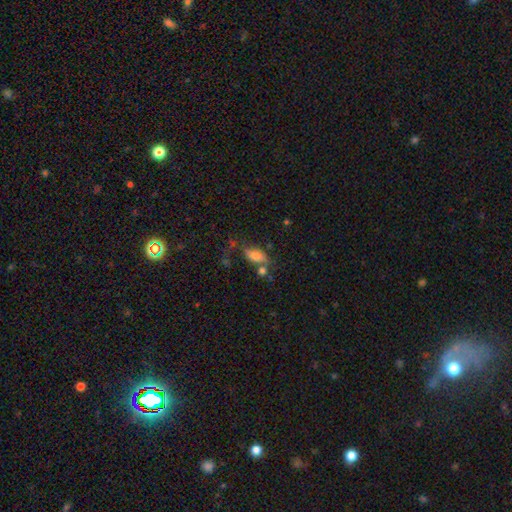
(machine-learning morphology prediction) The model was most divided on "merging": none: 47%, minor disturbance: 21%, merger: 18%, major disturbance: 13%. More confident: how rounded — in between (83%); smooth or featured — smooth (71%).